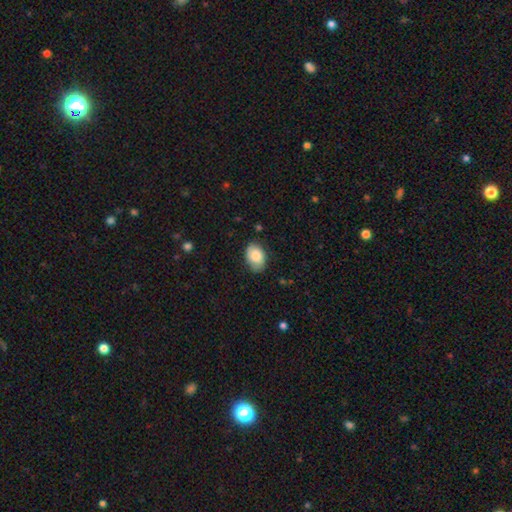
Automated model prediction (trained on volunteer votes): Overall: smooth (80%). How rounded: in between (84%). Merging: none (74%).